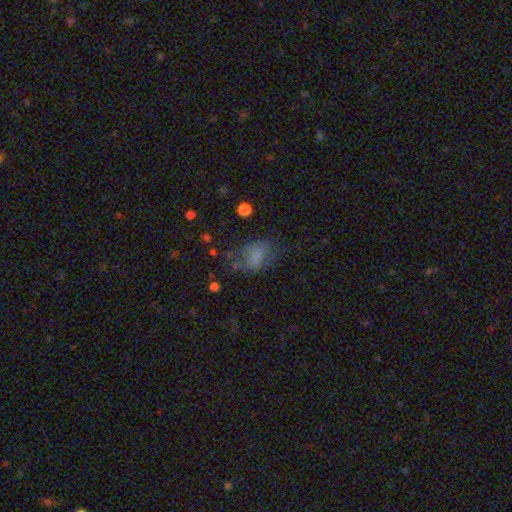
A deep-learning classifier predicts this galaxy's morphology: smooth_or_featured: smooth (p=0.72) [alt: featured or disk p=0.15]
how_rounded: in between (p=0.80) [alt: round p=0.18]
merging: none (p=0.50) [alt: minor disturbance p=0.27]